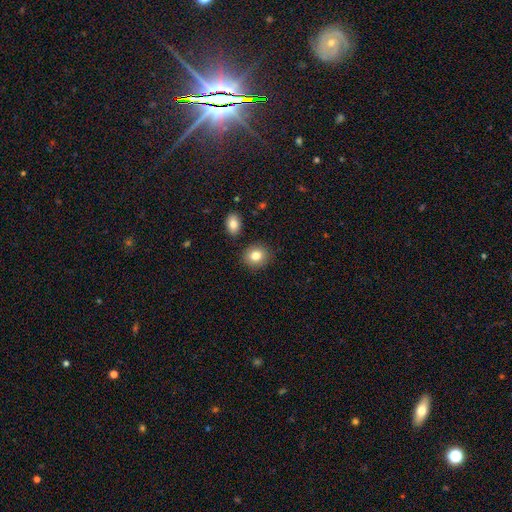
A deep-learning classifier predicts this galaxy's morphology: Overall: smooth (83%). How rounded: round (69%; in between 31%). Merging: none (86%).